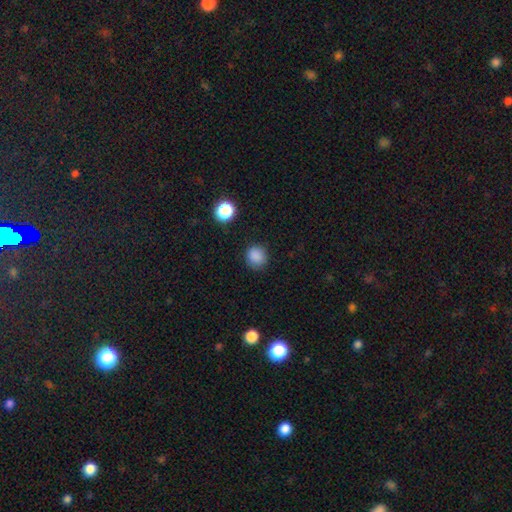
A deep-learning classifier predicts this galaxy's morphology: Smooth or featured?
  - smooth: 85% *
  - star or artifact: 11%
  - featured or disk: 3%
How rounded?
  - round: 87% *
  - in between: 12%
  - cigar-shaped: 1%
Merging?
  - none: 84% *
  - minor disturbance: 11%
  - major disturbance: 3%
  - merger: 2%